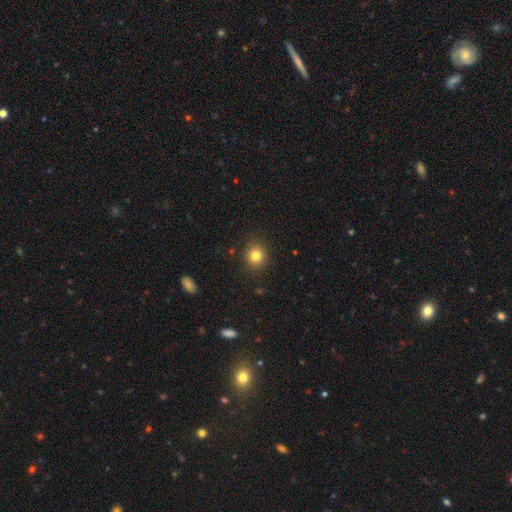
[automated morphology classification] Smooth or featured? smooth (81%)
How rounded? round (86%)
Merging? none (90%)